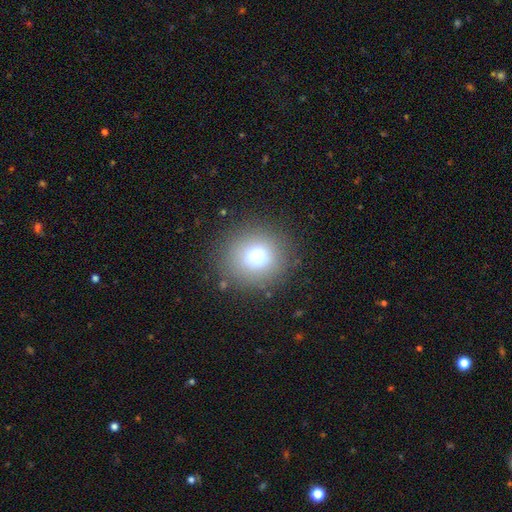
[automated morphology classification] Smooth or featured? Predicted: smooth (p=0.72). How rounded? Predicted: round (p=0.91). Merging? Predicted: none (p=0.86).